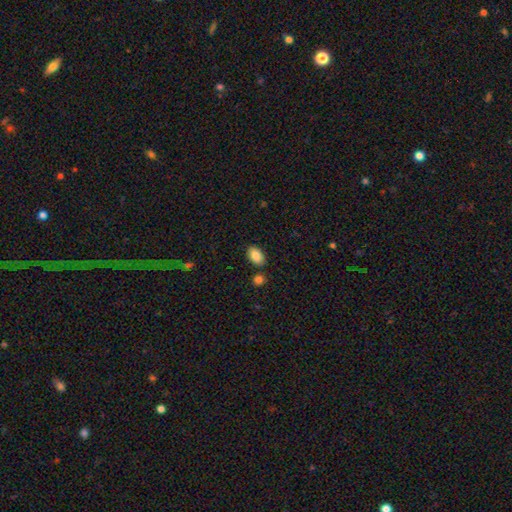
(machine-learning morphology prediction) smooth_or_featured: smooth (p=0.88) [alt: star or artifact p=0.07]
how_rounded: in between (p=0.92) [alt: round p=0.07]
merging: none (p=0.81) [alt: minor disturbance p=0.10]